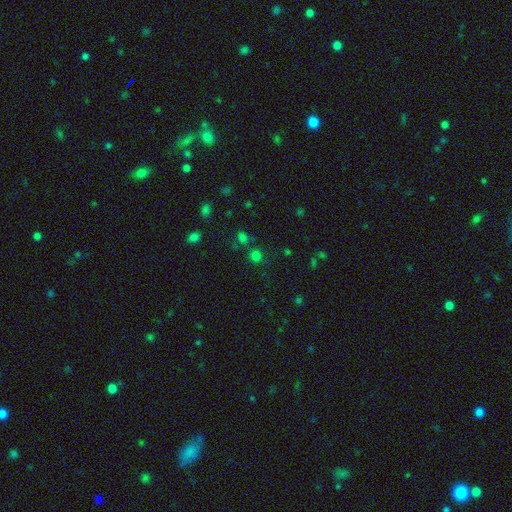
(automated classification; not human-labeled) smooth-or-featured: smooth: 70% | star or artifact: 25% | featured or disk: 5%
  how-rounded: round: 90% | in between: 9% | cigar-shaped: 1%
  merging: none: 78% | merger: 9% | minor disturbance: 9% | major disturbance: 4%